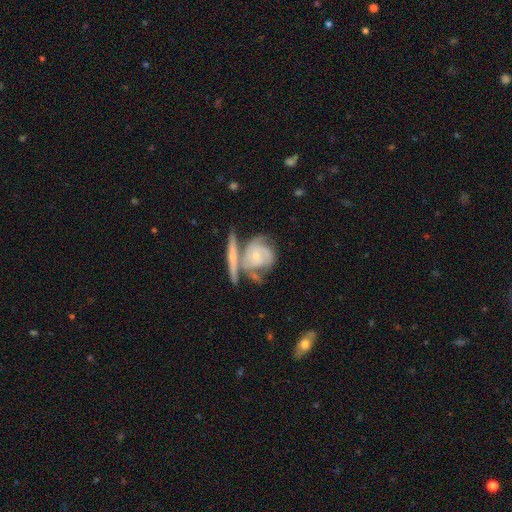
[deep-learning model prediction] A featured or disk galaxy (78%) with no bar (67%), 2 (36%) tight (62%) spiral arms (91%) and a small central bulge (62%).

Vote fractions:
- Smooth or featured? featured or disk: 78% / smooth: 15% / star or artifact: 7%
- Edge-on disk? no: 85% / yes: 15%
- Bar? no: 67% / weak: 24% / strong: 8%
- Spiral arms? yes: 91% / no: 9%
- Spiral winding? tight: 62% / medium: 30% / loose: 7%
- Spiral arm count? 2: 36% / can't tell: 29% / 3: 22% / 1: 5% / 4: 5% / more than 4: 4%
- Bulge size? small: 62% / moderate: 29% / none: 6% / large: 2% / dominant: 1%
- Merging? none: 46% / merger: 31% / minor disturbance: 14% / major disturbance: 8%